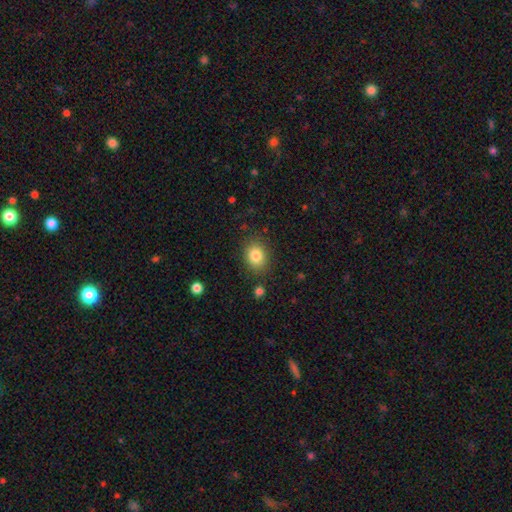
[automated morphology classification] Q: Smooth or featured?
A: smooth (83%); runner-up: star or artifact (10%)
Q: How rounded?
A: in between (52%); runner-up: round (47%)
Q: Merging?
A: none (84%); runner-up: minor disturbance (10%)